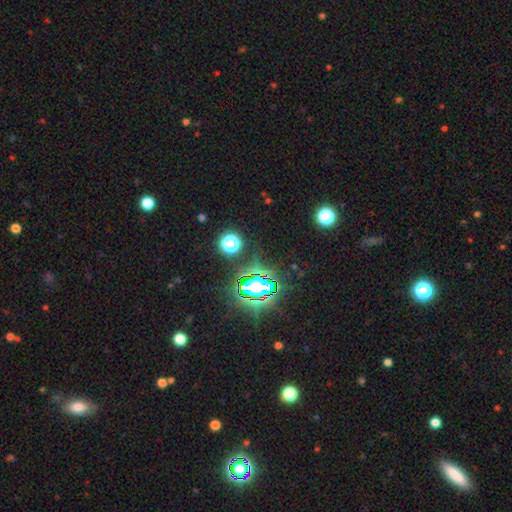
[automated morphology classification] Smooth or featured: star or artifact — 81% (smooth — 12%)